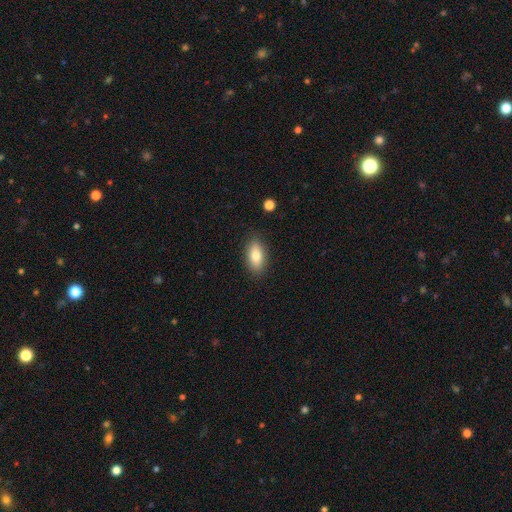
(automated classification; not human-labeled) A smooth galaxy with no disk features (79%) that is in between round and cigar-shaped (87%). Merging: none (87%).